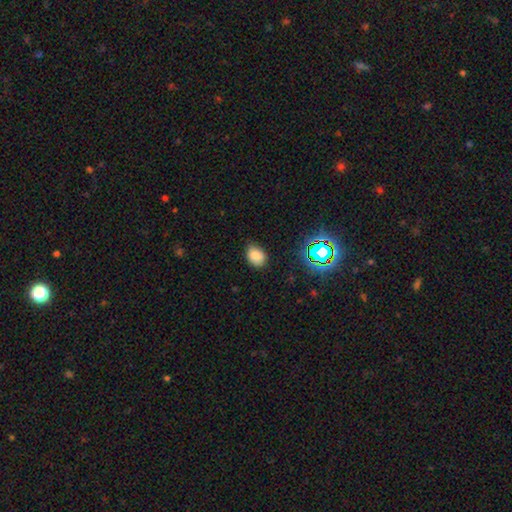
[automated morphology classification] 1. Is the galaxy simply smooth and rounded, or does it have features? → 79% smooth, 15% star or artifact, 6% featured or disk.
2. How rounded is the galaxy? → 64% in between, 35% round, 1% cigar-shaped.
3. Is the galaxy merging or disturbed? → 74% none, 21% minor disturbance, 4% major disturbance, 1% merger.